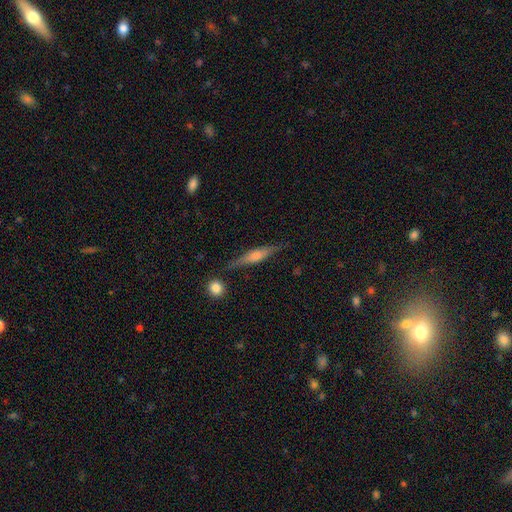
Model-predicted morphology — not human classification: type=featured or disk (68%); edge-on=yes (96%); edge-on bulge=rounded (73%); merging=none (84%).